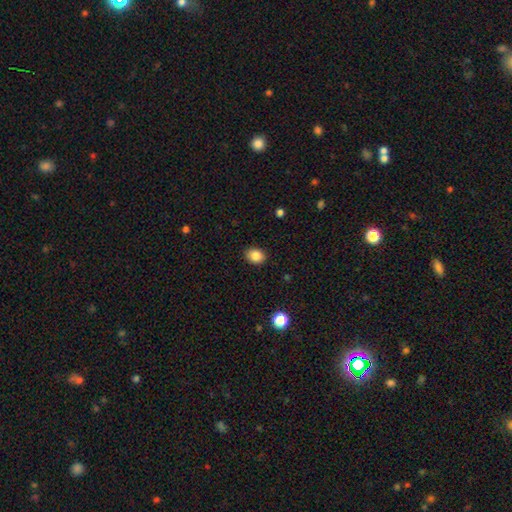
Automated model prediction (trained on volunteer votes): smooth_or_featured: smooth (p=0.85) [alt: star or artifact p=0.10]
how_rounded: in between (p=0.55) [alt: round p=0.44]
merging: none (p=0.89) [alt: minor disturbance p=0.08]